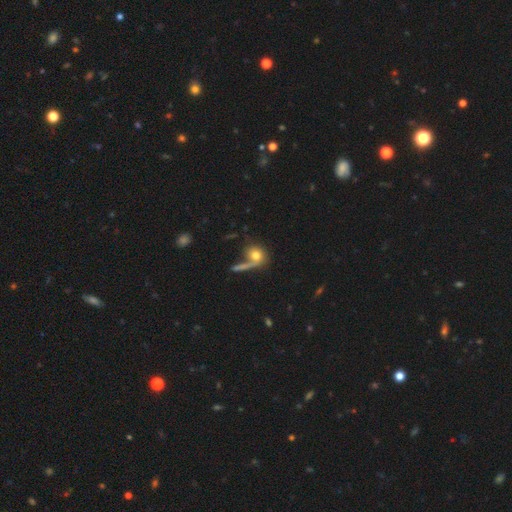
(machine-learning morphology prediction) Q: Smooth or featured?
A: smooth (71%); runner-up: featured or disk (19%)
Q: How rounded?
A: round (76%); runner-up: in between (20%)
Q: Merging?
A: none (49%); runner-up: merger (22%)